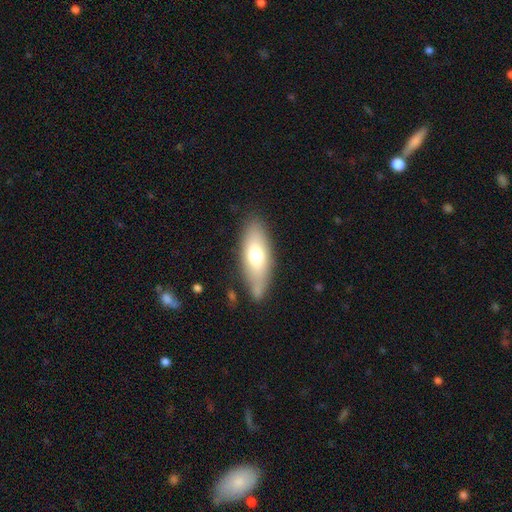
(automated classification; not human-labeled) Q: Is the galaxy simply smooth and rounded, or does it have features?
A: smooth — 67%.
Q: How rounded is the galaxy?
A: in between — 70%.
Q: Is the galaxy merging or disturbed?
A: none — 76%.